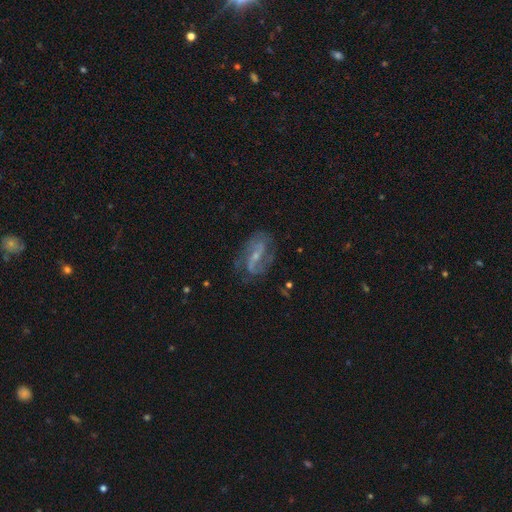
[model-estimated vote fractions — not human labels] The model was most divided on "bar": weak: 41%, strong: 38%, no: 21%. Remaining: edge-on disk — no (95%); spiral arms — yes (91%); smooth or featured — featured or disk (82%); spiral arm count — 2 (77%); bulge size — small (68%); merging — none (67%); spiral winding — medium (44%).